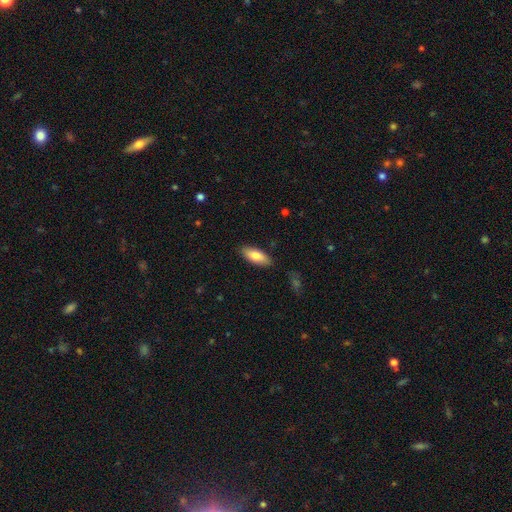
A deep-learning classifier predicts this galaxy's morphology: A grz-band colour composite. It shows a smooth galaxy with no disk features (80%) that is in between round and cigar-shaped (80%). Merging: none (87%).